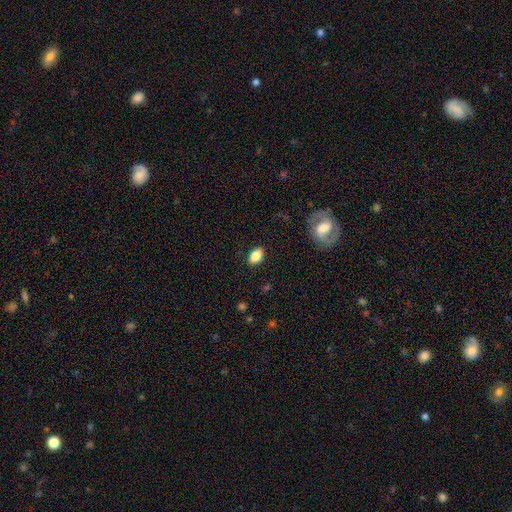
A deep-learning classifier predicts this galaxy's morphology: smooth 83%, featured or disk 9%, star or artifact 8%. Down the decision tree: how rounded — in between (87%); merging — none (87%).